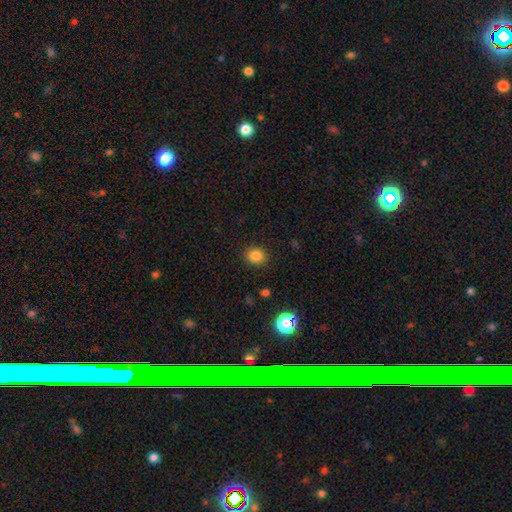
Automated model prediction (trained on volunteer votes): This is clearly a smooth galaxy (84%). How rounded: likely round (71%). Merging: clearly none (89%).